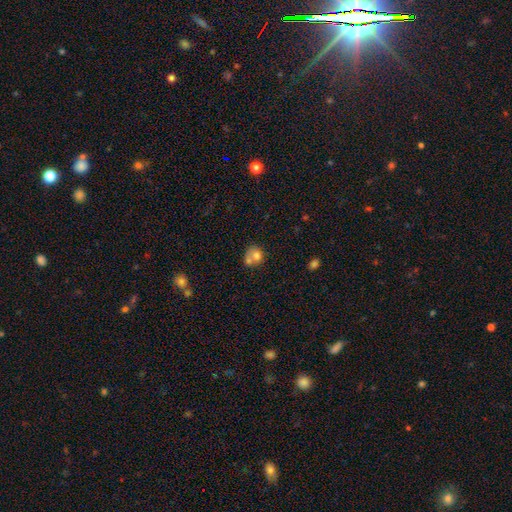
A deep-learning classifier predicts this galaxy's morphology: smooth 73%, featured or disk 17%, star or artifact 10%. Down the decision tree: how rounded — round (67%); merging — merger (53%).